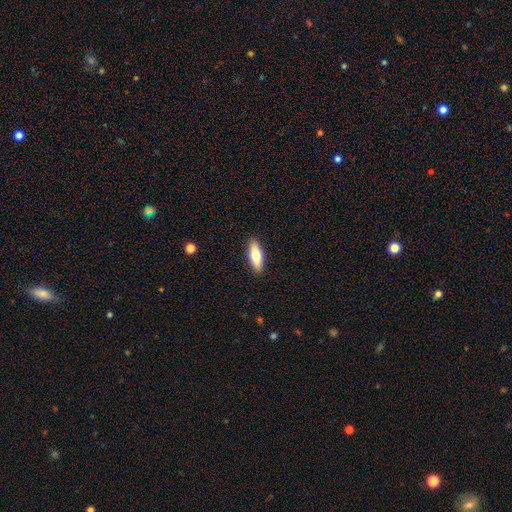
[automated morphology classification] type=smooth (70%); roundness=in between (55%); merging=none (90%).